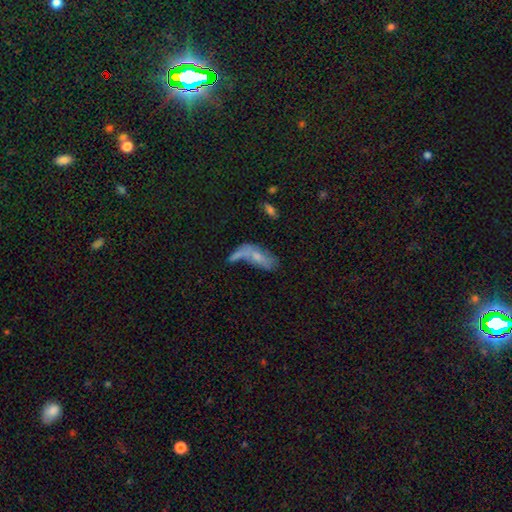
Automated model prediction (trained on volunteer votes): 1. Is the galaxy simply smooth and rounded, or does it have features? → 51% smooth, 38% featured or disk, 11% star or artifact.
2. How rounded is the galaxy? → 74% in between, 23% cigar-shaped, 3% round.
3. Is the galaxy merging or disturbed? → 36% merger, 25% none, 23% major disturbance, 16% minor disturbance.